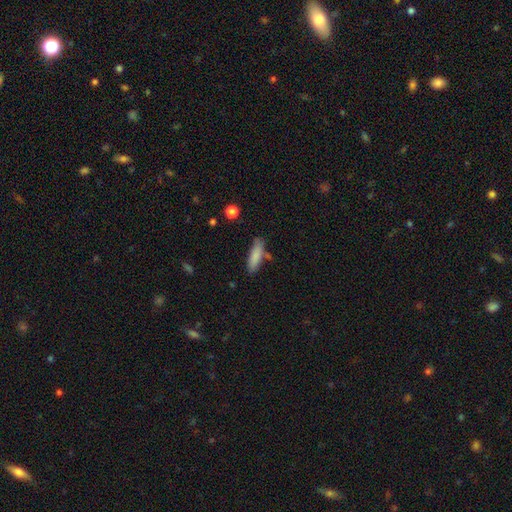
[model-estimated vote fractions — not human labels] smooth 84%, featured or disk 9%, star or artifact 7%. Down the decision tree: how rounded — cigar-shaped (53%); merging — none (70%).